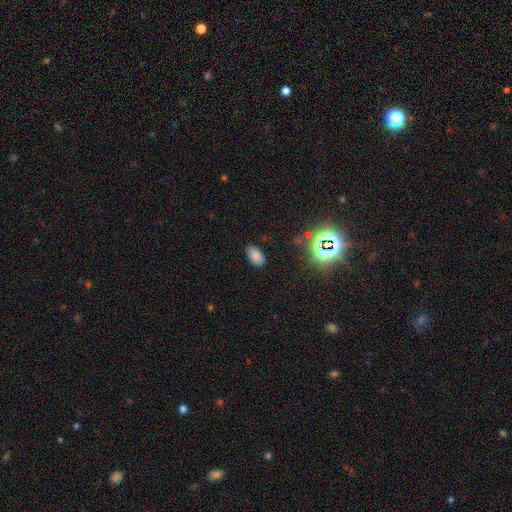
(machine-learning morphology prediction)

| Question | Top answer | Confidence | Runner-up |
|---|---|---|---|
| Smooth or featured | smooth | 77% | star or artifact (17%) |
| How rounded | in between | 93% | round (5%) |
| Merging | none | 81% | minor disturbance (14%) |